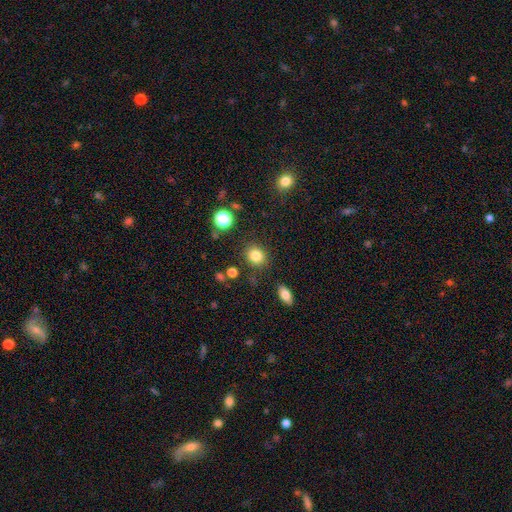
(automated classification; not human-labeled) Morphology: type=smooth (83%); roundness=round (73%); merging=none (85%).